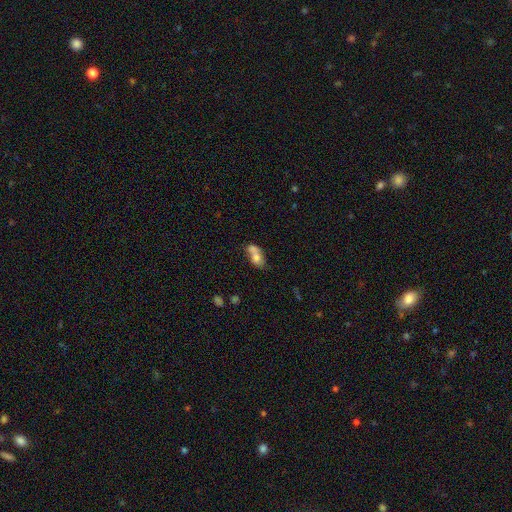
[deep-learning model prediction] This appears to be a smooth galaxy with no disk features (68%) that is in between round and cigar-shaped (73%). Merging: merger (58%).